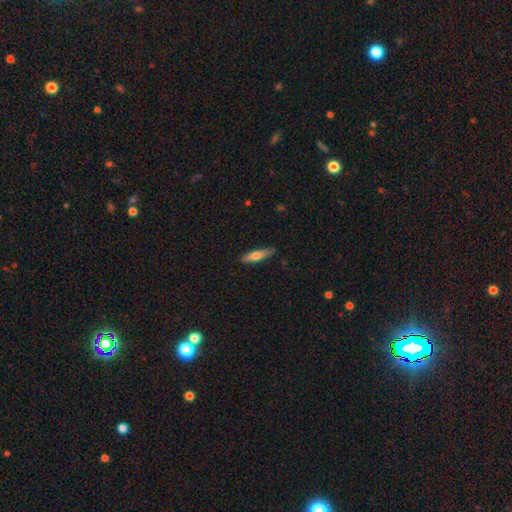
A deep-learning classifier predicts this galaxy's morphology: Smooth or featured?
  - smooth: 62% *
  - featured or disk: 33%
  - star or artifact: 6%
How rounded?
  - cigar-shaped: 76% *
  - in between: 22%
  - round: 2%
Merging?
  - none: 85% *
  - minor disturbance: 12%
  - major disturbance: 2%
  - merger: 1%